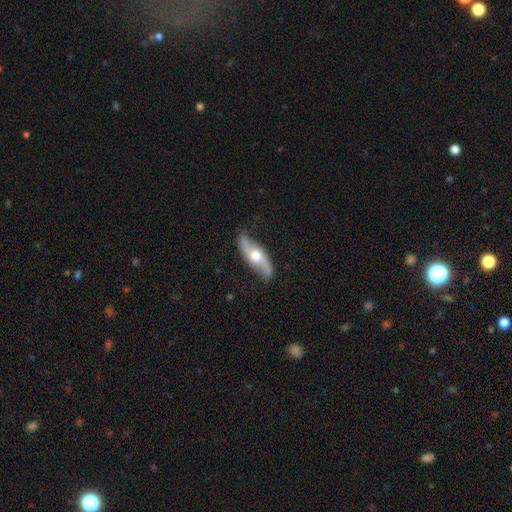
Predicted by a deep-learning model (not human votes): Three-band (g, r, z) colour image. It shows a featured or disk galaxy (73%) with no bar (72%), spiral arms (87%) and a moderate central bulge (74%). Merging: none (80%).